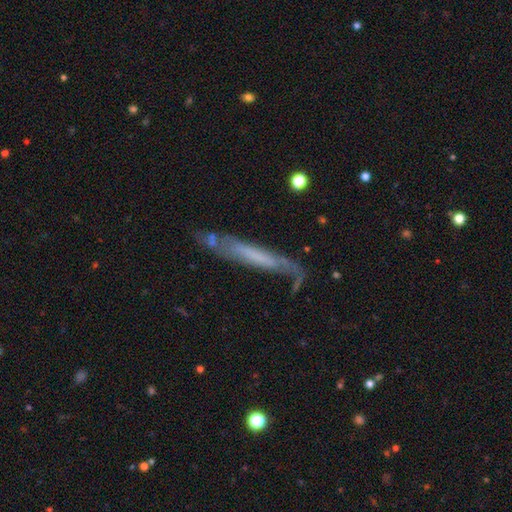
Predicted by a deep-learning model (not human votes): Smooth or featured? featured or disk (61%)
Edge-on disk? yes (63%)
Merging? none (55%)